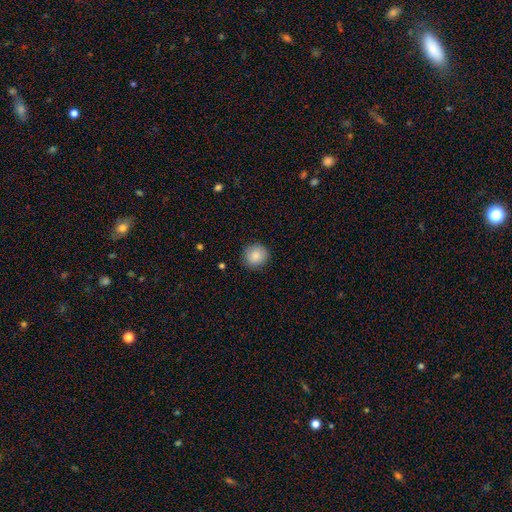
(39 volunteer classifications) Smooth or featured? smooth (90%)
How rounded? round (89%)
Merging? none (95%)